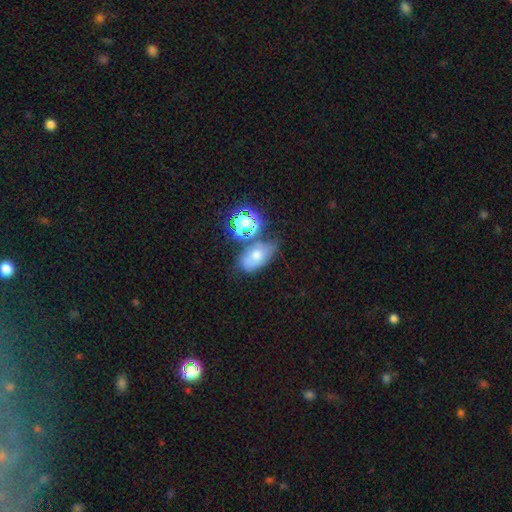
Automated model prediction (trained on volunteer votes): Smooth or featured? smooth (61%)
How rounded? in between (82%)
Merging? none (51%)